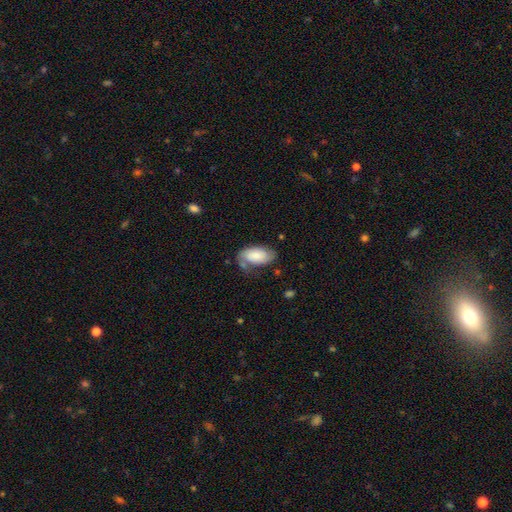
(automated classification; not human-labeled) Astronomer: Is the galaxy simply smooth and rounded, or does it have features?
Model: smooth — 65%.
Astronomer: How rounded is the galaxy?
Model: in between — 94%.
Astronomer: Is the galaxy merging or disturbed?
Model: none — 50% (runner-up: minor disturbance, 29%).